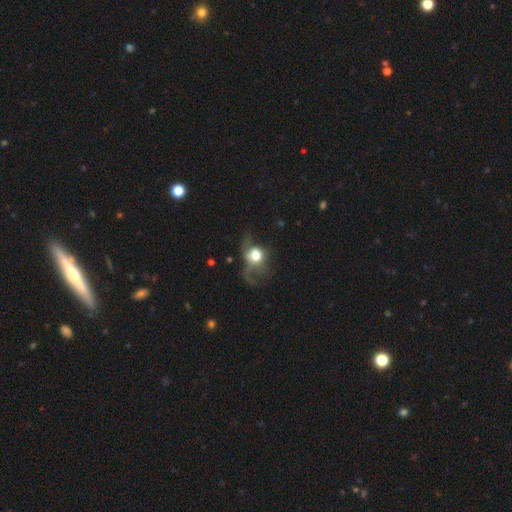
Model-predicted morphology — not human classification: smooth-or-featured: smooth: 55% | featured or disk: 33% | star or artifact: 12%
  how-rounded: round: 61% | in between: 38% | cigar-shaped: 2%
  merging: major disturbance: 56% | none: 23% | minor disturbance: 17% | merger: 4%